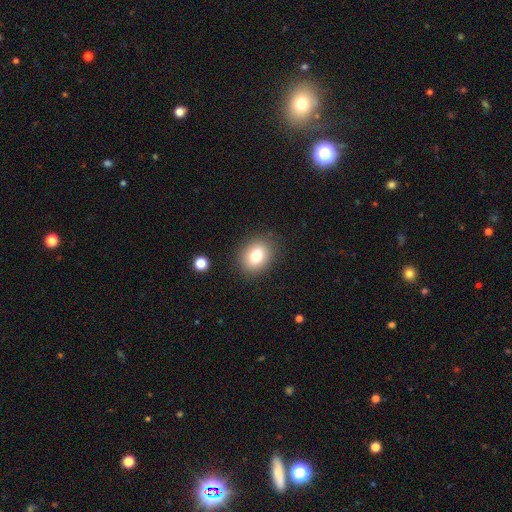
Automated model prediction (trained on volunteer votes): smooth 78%, featured or disk 11%, star or artifact 11%. Down the decision tree: how rounded — in between (57%); merging — none (86%).